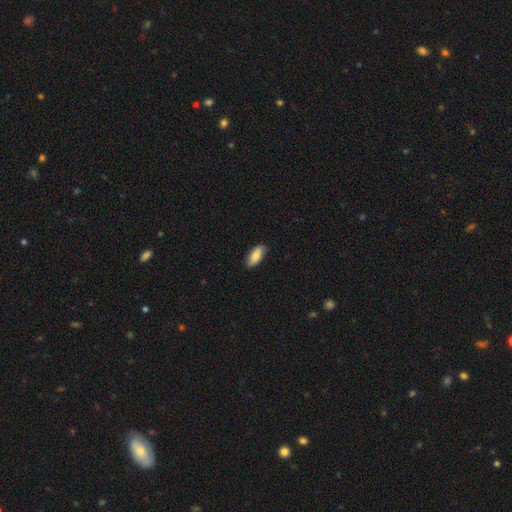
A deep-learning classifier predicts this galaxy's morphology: A smooth galaxy with no disk features (75%) that is in between round and cigar-shaped (85%). Merging: none (81%).